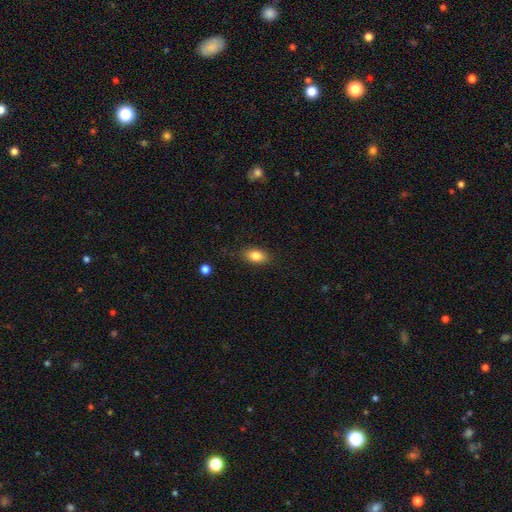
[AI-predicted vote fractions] Overall: smooth (83%). How rounded: in between (86%). Merging: none (84%).